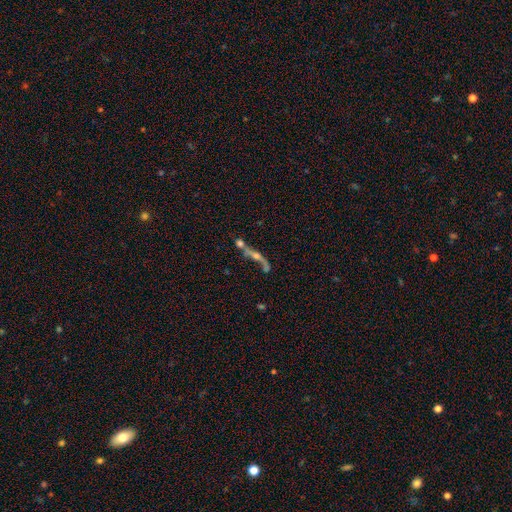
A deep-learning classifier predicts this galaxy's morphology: A featured or disk galaxy (65%) viewed edge-on (60%). Merging: none (36%).